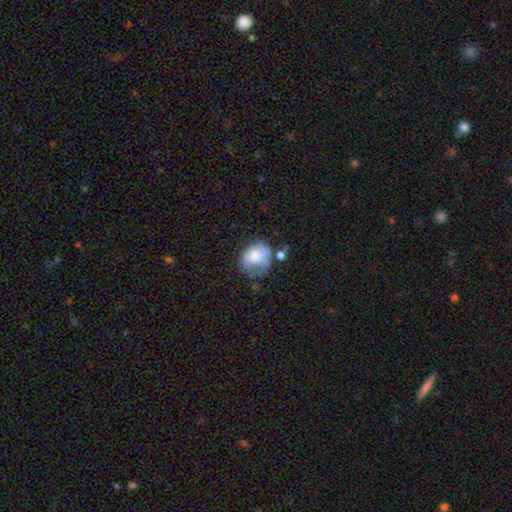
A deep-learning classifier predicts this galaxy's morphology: Smooth or featured?
  - smooth: 69% *
  - featured or disk: 21%
  - star or artifact: 9%
How rounded?
  - round: 51% *
  - in between: 48%
  - cigar-shaped: 1%
Merging?
  - minor disturbance: 31% *
  - none: 29%
  - major disturbance: 28%
  - merger: 12%